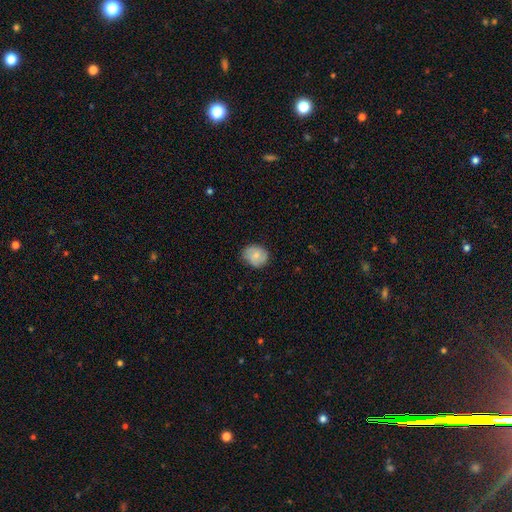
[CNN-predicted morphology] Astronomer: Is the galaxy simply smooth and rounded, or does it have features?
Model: smooth — 69%.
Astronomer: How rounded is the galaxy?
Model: round — 58% (runner-up: in between, 41%).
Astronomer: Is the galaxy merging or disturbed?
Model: none — 73%.